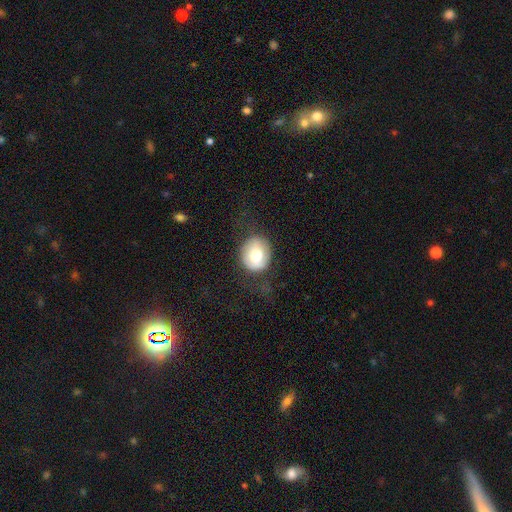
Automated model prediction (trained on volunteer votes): smooth 67%, featured or disk 25%, star or artifact 8%. Down the decision tree: how rounded — round (77%); merging — none (68%).